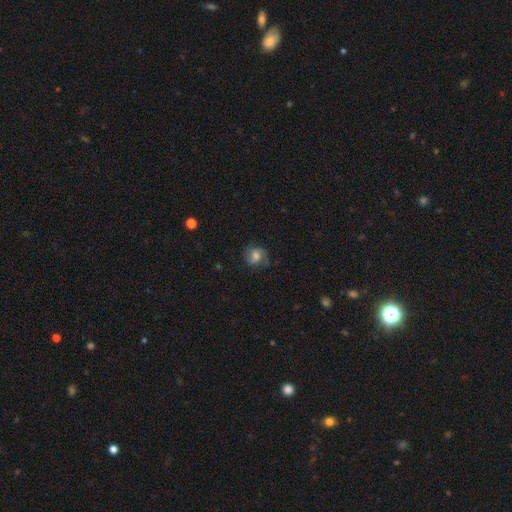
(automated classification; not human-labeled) Smooth or featured? Predicted: featured or disk (p=0.53). Edge-on disk? Predicted: no (p=0.97). Bar? Predicted: no (p=0.59). Spiral arms? Predicted: yes (p=0.90). Bulge size? Predicted: moderate (p=0.56). Merging? Predicted: none (p=0.70).